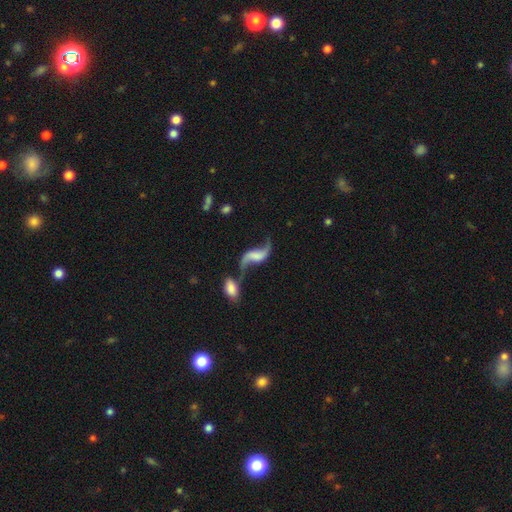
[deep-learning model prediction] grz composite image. It shows a featured or disk galaxy (83%) with no bar (44%), 2 (93%) loose (93%) spiral arms (94%) and no central bulge (50%). Merging: none (42%).